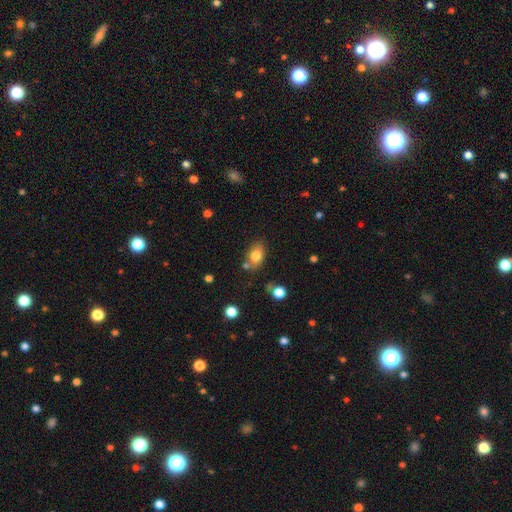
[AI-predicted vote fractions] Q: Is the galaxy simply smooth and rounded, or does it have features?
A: smooth — 78%.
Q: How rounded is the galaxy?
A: in between — 81%.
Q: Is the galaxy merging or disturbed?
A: none — 70%.